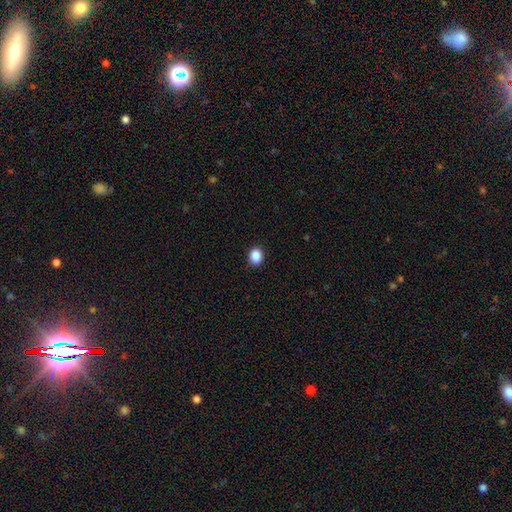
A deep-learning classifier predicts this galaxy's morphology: Smooth or featured? Predicted: smooth (p=0.88). How rounded? Predicted: round (p=0.50). Merging? Predicted: none (p=0.90).